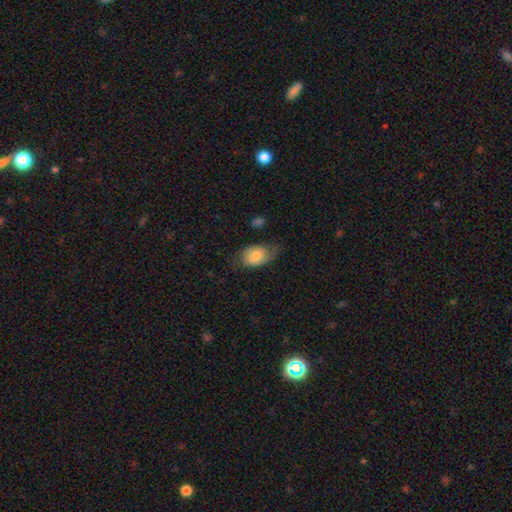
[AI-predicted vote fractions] Smooth or featured?
  - smooth: 68% *
  - featured or disk: 25%
  - star or artifact: 7%
How rounded?
  - in between: 86% *
  - round: 13%
  - cigar-shaped: 1%
Merging?
  - none: 55% *
  - minor disturbance: 29%
  - major disturbance: 14%
  - merger: 2%